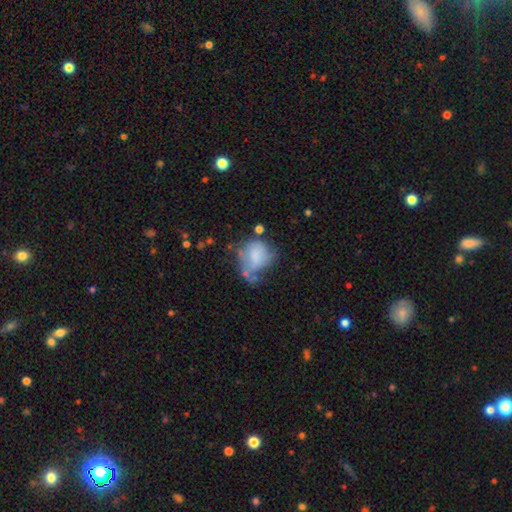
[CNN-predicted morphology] type=smooth (59%); roundness=round (58%); merging=major disturbance (35%).